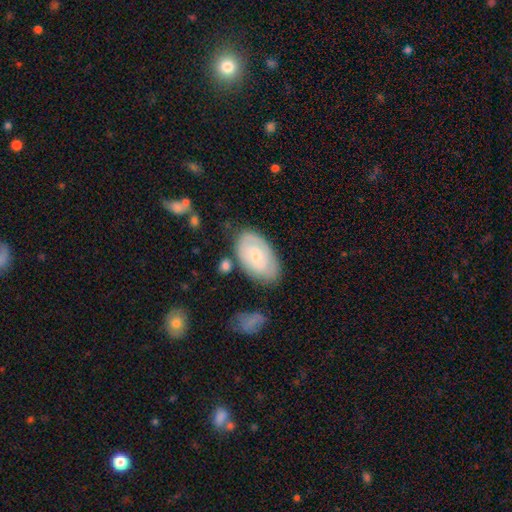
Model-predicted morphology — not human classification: smooth_or_featured: featured or disk (p=0.49) [alt: smooth p=0.45]
merging: none (p=0.68) [alt: minor disturbance p=0.21]